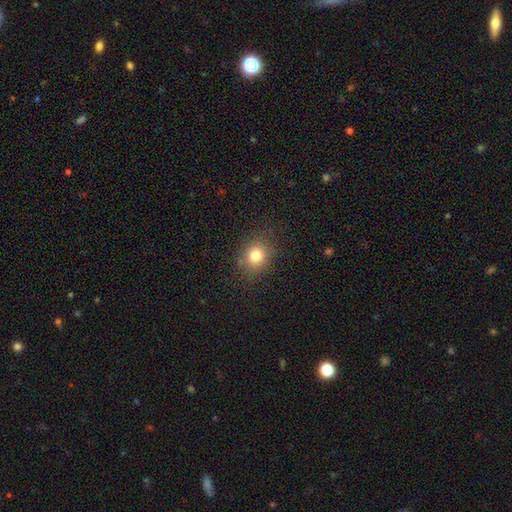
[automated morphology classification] A smooth galaxy with no disk features (79%) that is round (69%). Merging: none (82%).